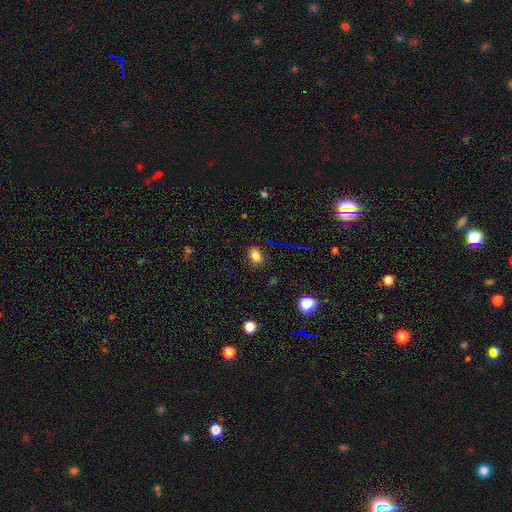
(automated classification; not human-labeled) A smooth galaxy with no disk features (80%) that is in between round and cigar-shaped (75%). Merging: none (85%).